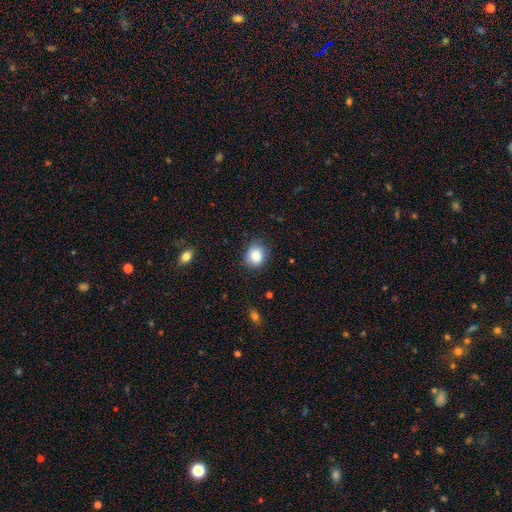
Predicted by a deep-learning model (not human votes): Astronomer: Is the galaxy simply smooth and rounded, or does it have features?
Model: smooth — 85%.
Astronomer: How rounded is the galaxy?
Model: round — 66%.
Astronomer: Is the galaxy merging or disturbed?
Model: none — 79%.